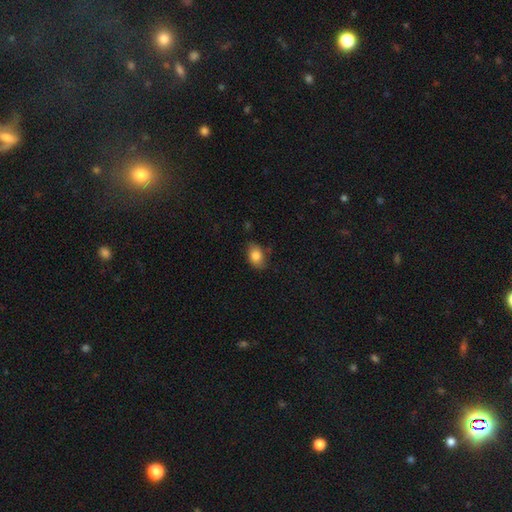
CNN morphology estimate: This appears to be a smooth galaxy with no disk features (83%) that is in between round and cigar-shaped (82%). Merging: none (72%).